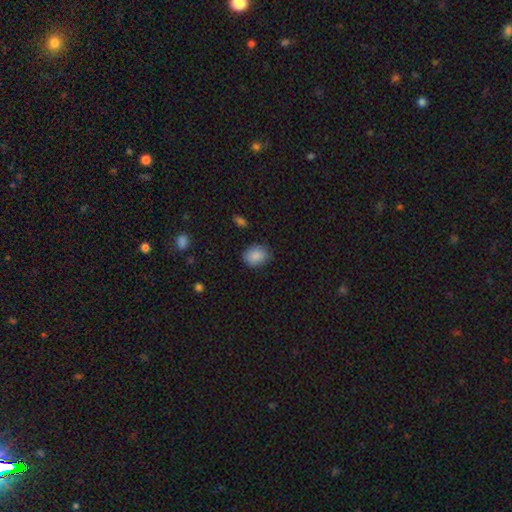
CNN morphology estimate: smooth-or-featured: smooth: 88% | star or artifact: 8% | featured or disk: 4%
  how-rounded: in between: 56% | round: 43% | cigar-shaped: 1%
  merging: none: 82% | minor disturbance: 14% | major disturbance: 3% | merger: 1%